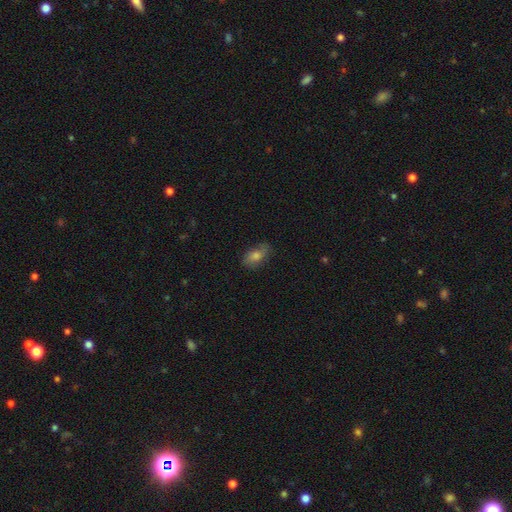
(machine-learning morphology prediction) smooth-or-featured: smooth: 69% | featured or disk: 19% | star or artifact: 12%
  how-rounded: in between: 86% | round: 9% | cigar-shaped: 5%
  merging: none: 78% | minor disturbance: 17% | major disturbance: 4% | merger: 1%